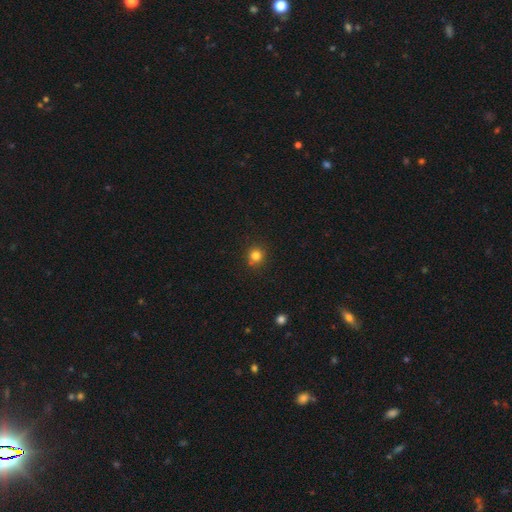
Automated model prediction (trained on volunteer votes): Smooth or featured? Predicted: smooth (p=0.82). How rounded? Predicted: round (p=0.91). Merging? Predicted: none (p=0.86).